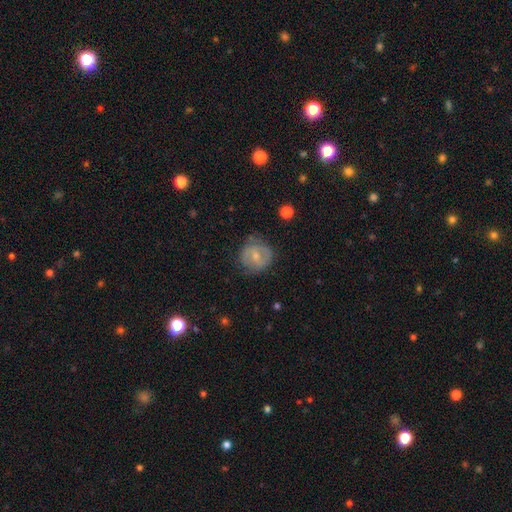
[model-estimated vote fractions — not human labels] featured or disk 48%, smooth 45%, star or artifact 7%. Down the decision tree: merging — none (69%).